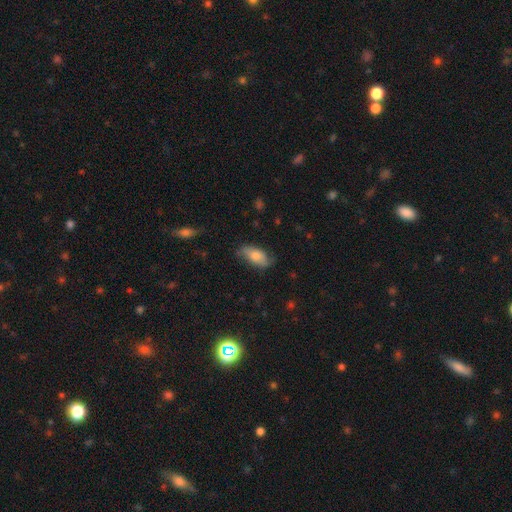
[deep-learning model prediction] smooth 66%, featured or disk 27%, star or artifact 7%. Down the decision tree: how rounded — in between (88%); merging — none (66%).